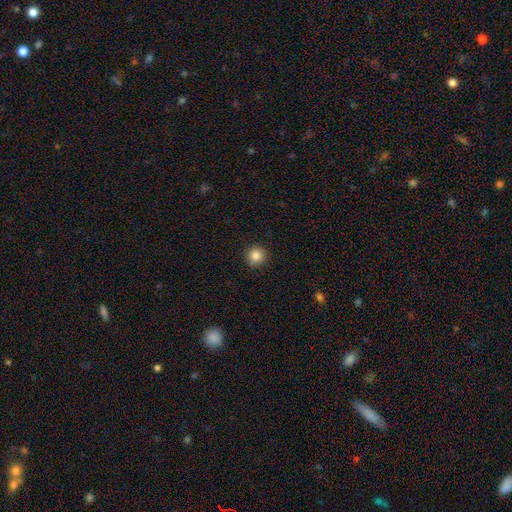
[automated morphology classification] A smooth galaxy with no disk features (85%) that is round (94%). Merging: none (91%).